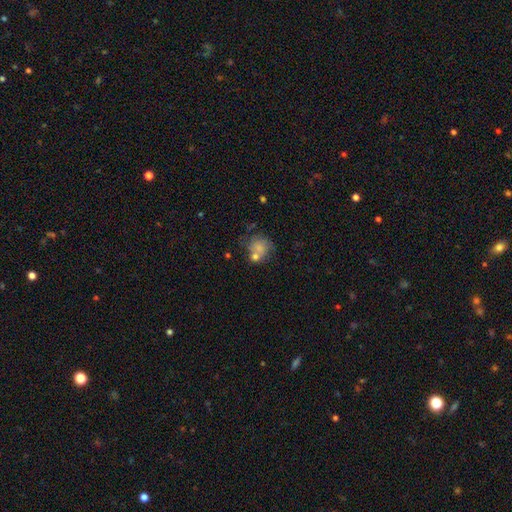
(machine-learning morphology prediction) Smooth or featured: smooth — 63% (featured or disk — 26%)
How rounded: round — 68% (in between — 30%)
Merging: none — 38% (merger — 29%)